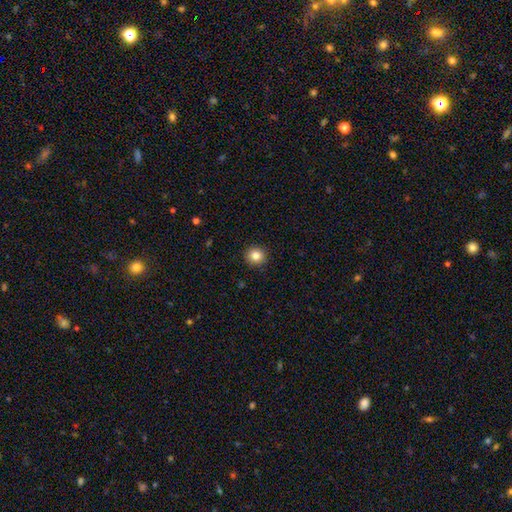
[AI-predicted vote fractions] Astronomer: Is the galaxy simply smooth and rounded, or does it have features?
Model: smooth — 83%.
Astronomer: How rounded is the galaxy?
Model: round — 93%.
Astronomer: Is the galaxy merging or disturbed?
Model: none — 92%.